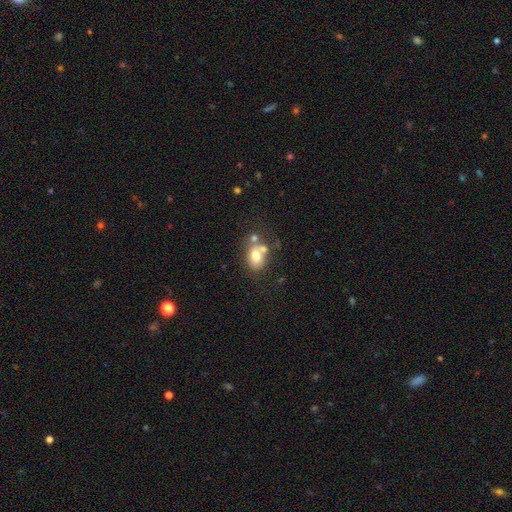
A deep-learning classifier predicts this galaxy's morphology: smooth_or_featured: smooth (p=0.70) [alt: featured or disk p=0.19]
how_rounded: in between (p=0.65) [alt: round p=0.34]
merging: none (p=0.42) [alt: merger p=0.36]